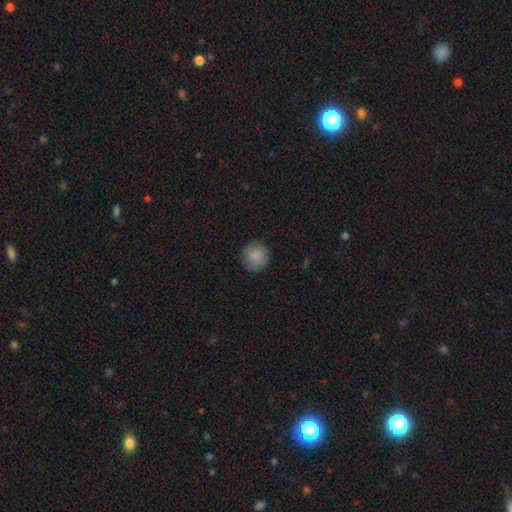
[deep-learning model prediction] The model was most divided on "smooth or featured": smooth: 87%, star or artifact: 8%, featured or disk: 6%. More confident: how rounded — round (94%); merging — none (88%).